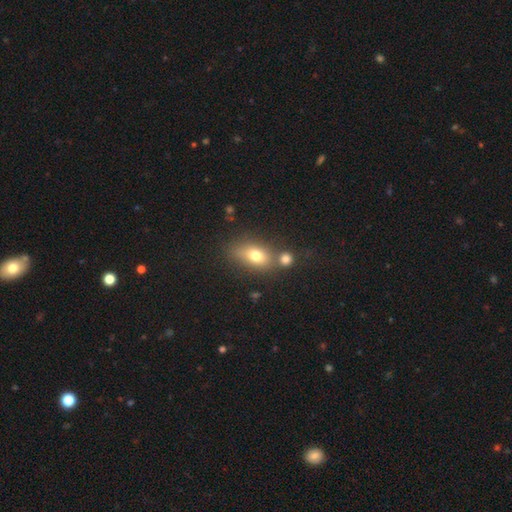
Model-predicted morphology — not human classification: Q: Smooth or featured?
A: smooth (72%); runner-up: featured or disk (16%)
Q: How rounded?
A: in between (76%); runner-up: round (19%)
Q: Merging?
A: none (56%); runner-up: merger (24%)